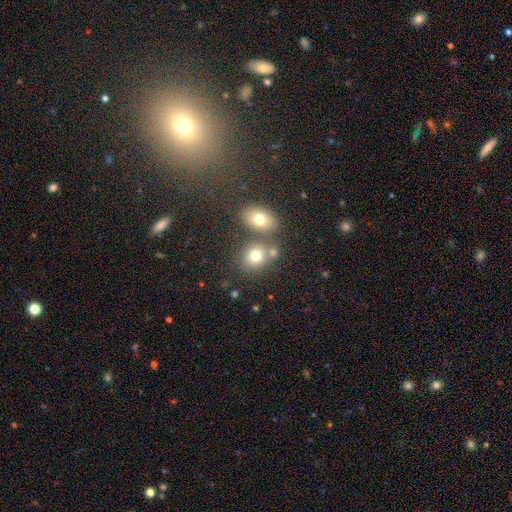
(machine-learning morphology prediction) Smooth or featured?
  - smooth: 73% *
  - star or artifact: 14%
  - featured or disk: 14%
How rounded?
  - round: 58% *
  - in between: 40%
  - cigar-shaped: 1%
Merging?
  - none: 56% *
  - merger: 30%
  - minor disturbance: 10%
  - major disturbance: 4%